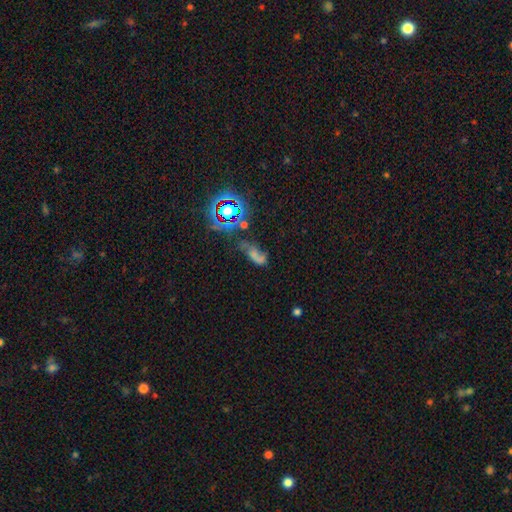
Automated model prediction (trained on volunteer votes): Overall: smooth (40%; featured or disk 36%). Merging: none (31%; major disturbance 27%).